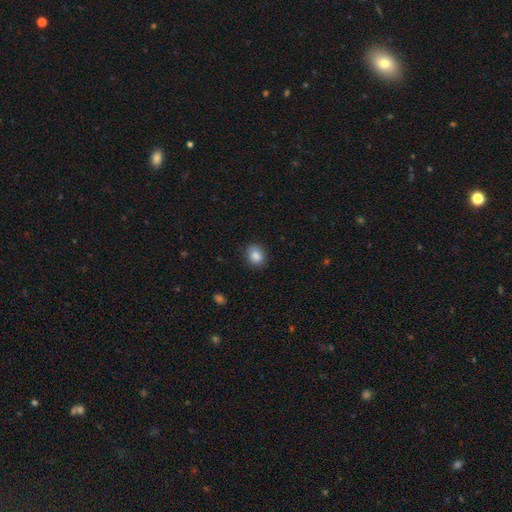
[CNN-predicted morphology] A smooth galaxy with no disk features (87%) that is round (52%). Merging: none (87%).